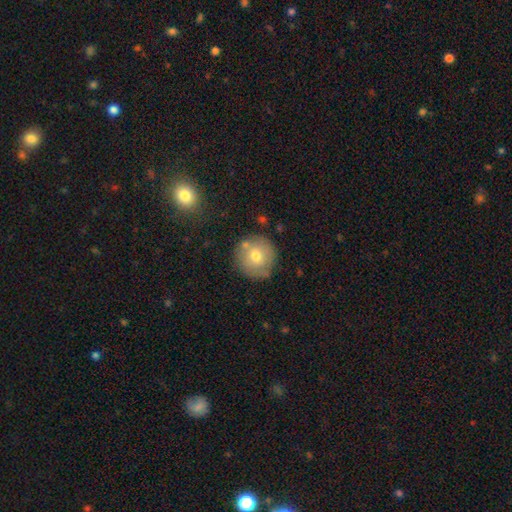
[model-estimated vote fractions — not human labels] Smooth or featured? smooth (68%)
How rounded? round (94%)
Merging? none (76%)